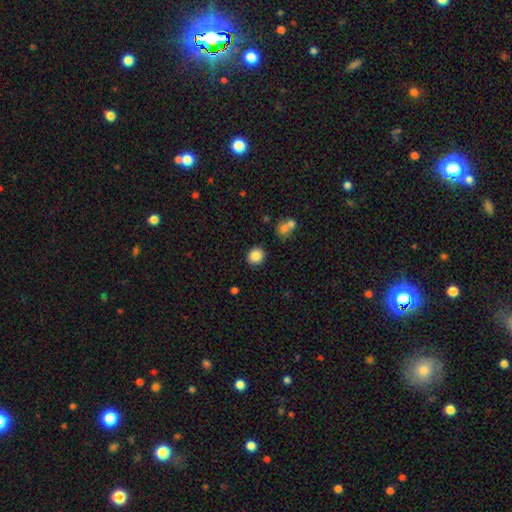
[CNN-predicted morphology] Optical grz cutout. It shows a smooth galaxy with no disk features (86%) that is round (79%). Merging: none (87%).